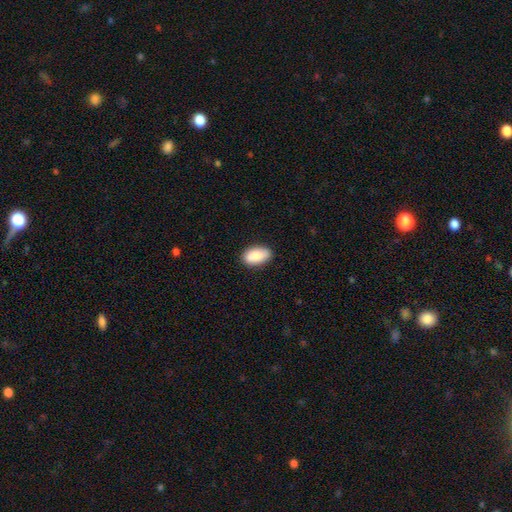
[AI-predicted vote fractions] Smooth or featured?
  - smooth: 87% *
  - featured or disk: 7%
  - star or artifact: 6%
How rounded?
  - in between: 93% *
  - round: 4%
  - cigar-shaped: 3%
Merging?
  - none: 87% *
  - minor disturbance: 10%
  - major disturbance: 2%
  - merger: 1%